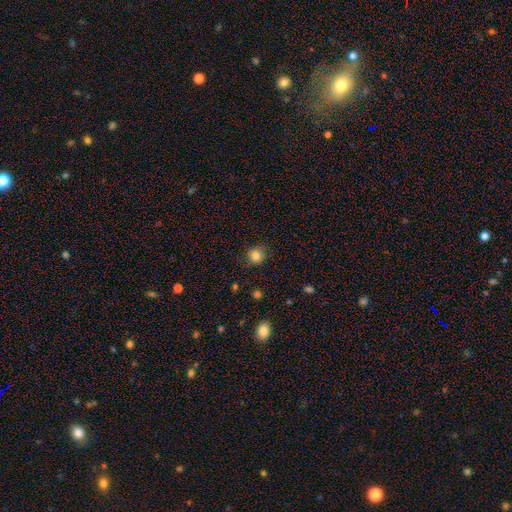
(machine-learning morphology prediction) This appears to be a smooth galaxy with no disk features (82%) that is round (88%). Merging: none (82%).